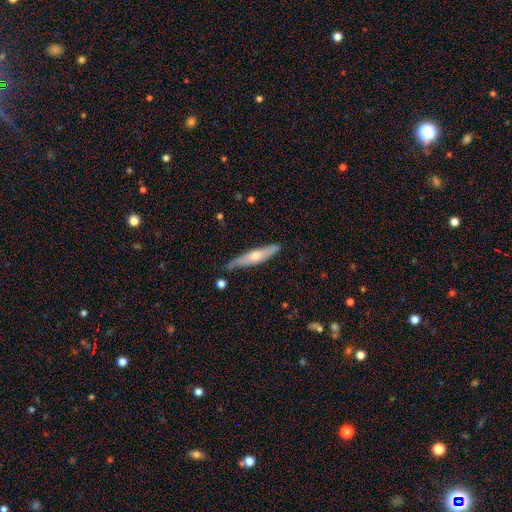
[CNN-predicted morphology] featured or disk 55%, smooth 37%, star or artifact 8%. Down the decision tree: edge-on disk — yes (86%); merging — none (83%).